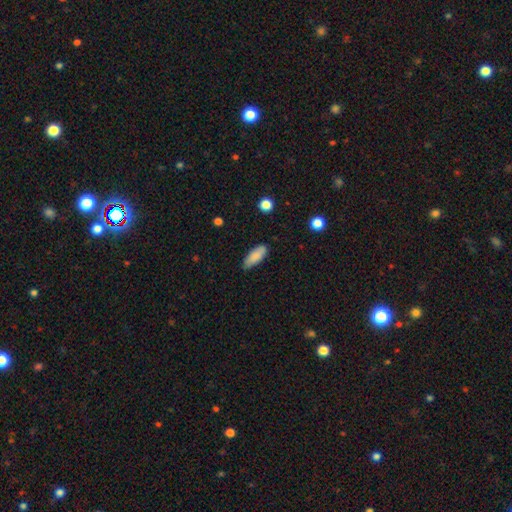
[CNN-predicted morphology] smooth_or_featured: smooth (p=0.86) [alt: featured or disk p=0.07]
how_rounded: in between (p=0.73) [alt: cigar-shaped p=0.25]
merging: none (p=0.77) [alt: minor disturbance p=0.19]